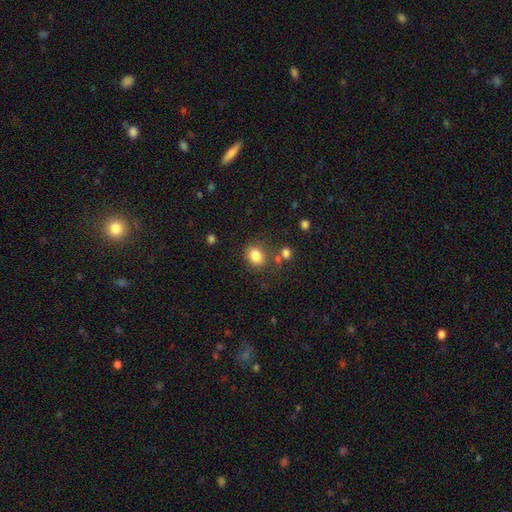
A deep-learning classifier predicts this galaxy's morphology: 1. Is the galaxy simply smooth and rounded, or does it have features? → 83% smooth, 11% star or artifact, 7% featured or disk.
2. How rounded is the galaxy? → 57% in between, 42% round, 1% cigar-shaped.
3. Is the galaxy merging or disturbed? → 73% none, 14% minor disturbance, 8% merger, 5% major disturbance.